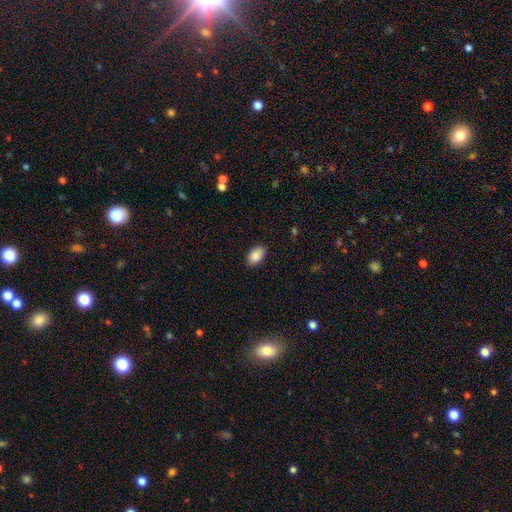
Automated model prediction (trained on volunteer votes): smooth-or-featured: smooth: 88% | star or artifact: 7% | featured or disk: 5%
  how-rounded: in between: 91% | round: 7% | cigar-shaped: 1%
  merging: none: 86% | minor disturbance: 11% | major disturbance: 2% | merger: 1%